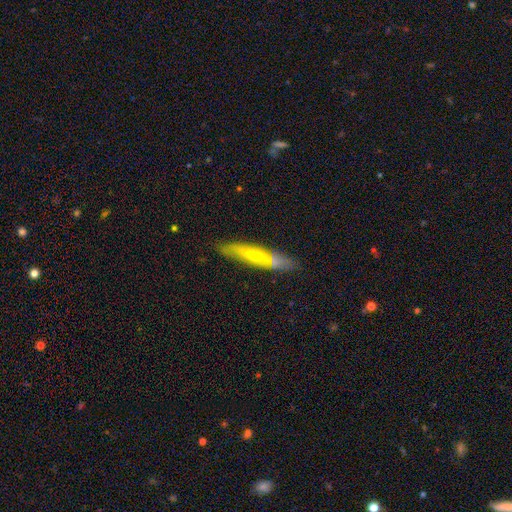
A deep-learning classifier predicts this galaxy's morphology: A smooth galaxy with no disk features (50%) that is cigar-shaped (85%).

Vote fractions:
- Smooth or featured? smooth: 50% / featured or disk: 44% / star or artifact: 6%
- How rounded? cigar-shaped: 85% / in between: 13% / round: 2%
- Merging? none: 76% / minor disturbance: 16% / merger: 5% / major disturbance: 3%